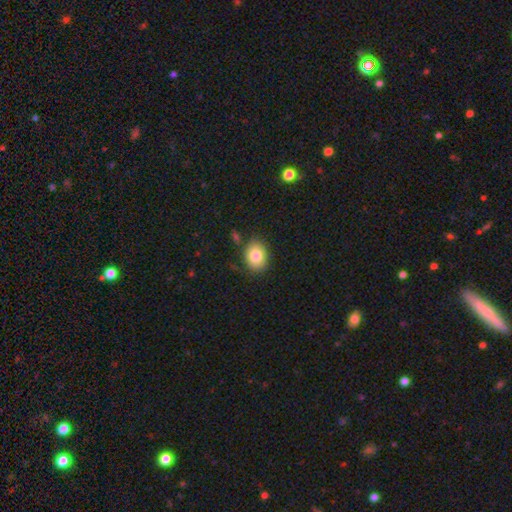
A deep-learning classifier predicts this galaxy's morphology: Smooth or featured? Predicted: smooth (p=0.83). How rounded? Predicted: in between (p=0.69). Merging? Predicted: none (p=0.82).